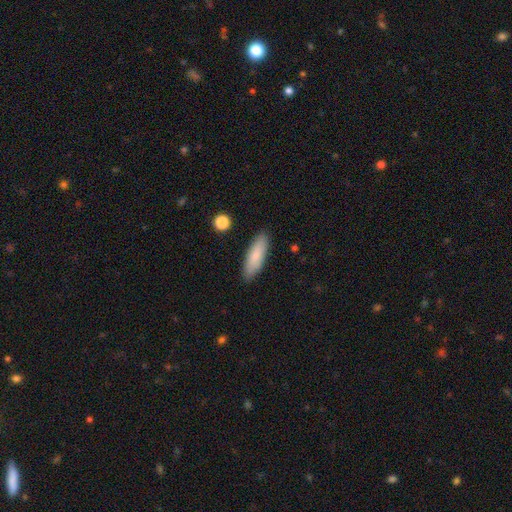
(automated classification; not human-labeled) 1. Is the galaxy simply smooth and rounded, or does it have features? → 84% smooth, 11% featured or disk, 6% star or artifact.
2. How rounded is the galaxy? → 53% cigar-shaped, 45% in between, 2% round.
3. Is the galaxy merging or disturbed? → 89% none, 8% minor disturbance, 2% major disturbance, 1% merger.